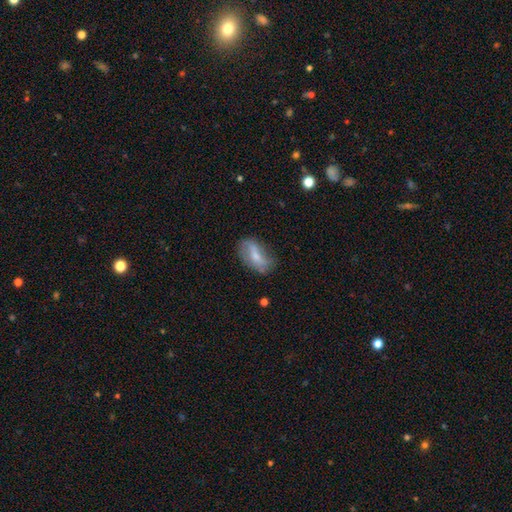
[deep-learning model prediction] A featured or disk galaxy (49%). Merging: none (58%).